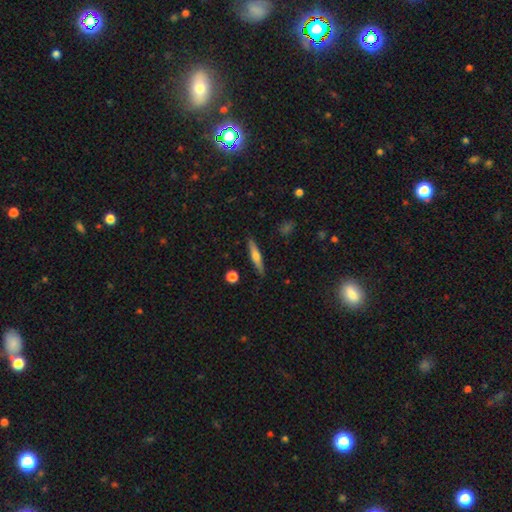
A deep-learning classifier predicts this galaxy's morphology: Smooth or featured? smooth (50%)
How rounded? cigar-shaped (88%)
Merging? none (88%)